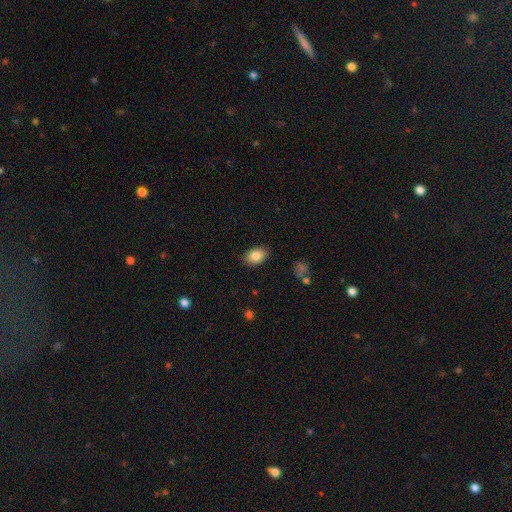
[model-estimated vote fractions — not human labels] Overall: smooth (85%). How rounded: in between (81%). Merging: none (87%).